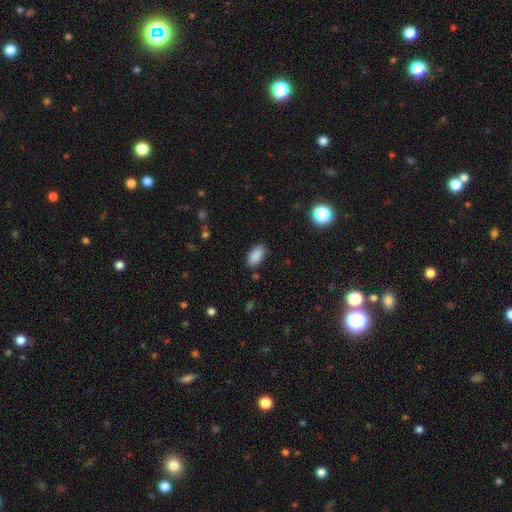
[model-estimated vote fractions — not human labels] Smooth or featured: smooth — 88% (star or artifact — 8%)
How rounded: in between — 93% (round — 4%)
Merging: none — 82% (minor disturbance — 13%)